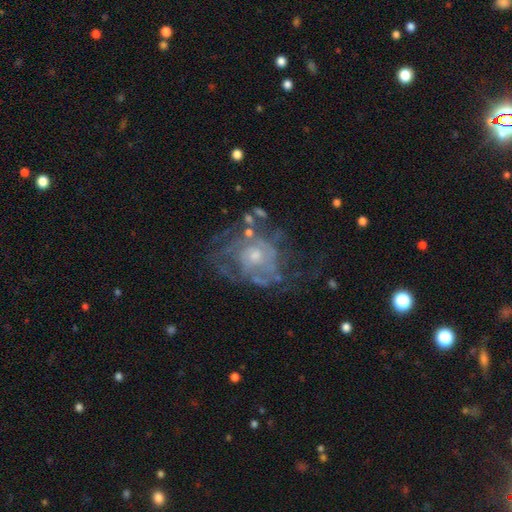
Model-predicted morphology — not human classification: Smooth or featured: featured or disk — 75% (smooth — 16%)
Edge-on disk: no — 97% (yes — 3%)
Bar: no — 83% (weak — 15%)
Spiral arms: yes — 62% (no — 38%)
Bulge size: moderate — 47% (small — 45%)
Merging: none — 48% (major disturbance — 27%)